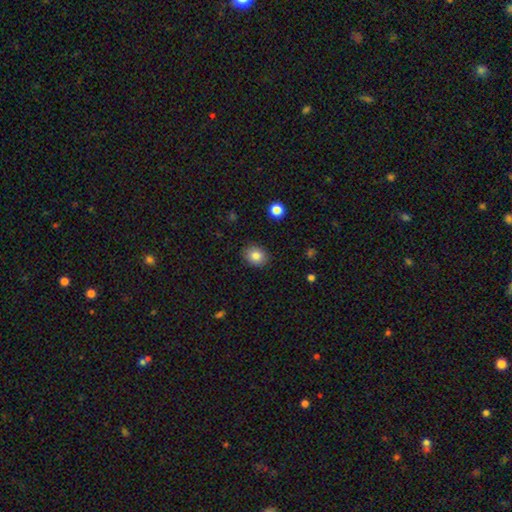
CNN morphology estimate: smooth-or-featured: smooth: 83% | star or artifact: 9% | featured or disk: 7%
  how-rounded: round: 61% | in between: 38% | cigar-shaped: 1%
  merging: none: 88% | minor disturbance: 8% | major disturbance: 2% | merger: 1%